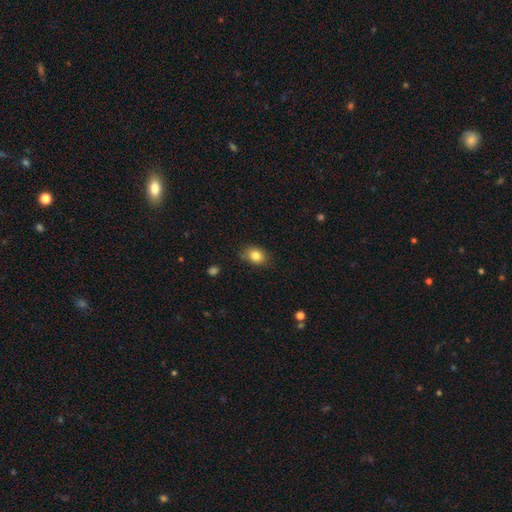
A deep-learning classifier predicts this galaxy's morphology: The model was most divided on "how rounded": in between: 66%, round: 33%, cigar-shaped: 1%. More confident: smooth or featured — smooth (84%); merging — none (79%).